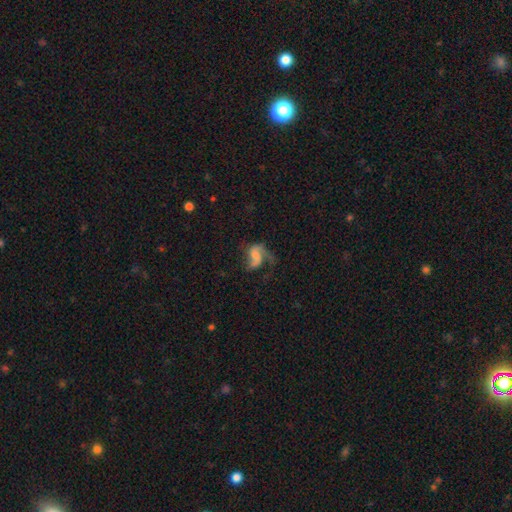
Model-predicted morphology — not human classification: type=featured or disk (71%); edge-on=no (98%); bar=no (51%); spiral arms=yes (89%); winding=loose (56%); arm count=2 (65%); bulge=small (38%); merging=major disturbance (40%).